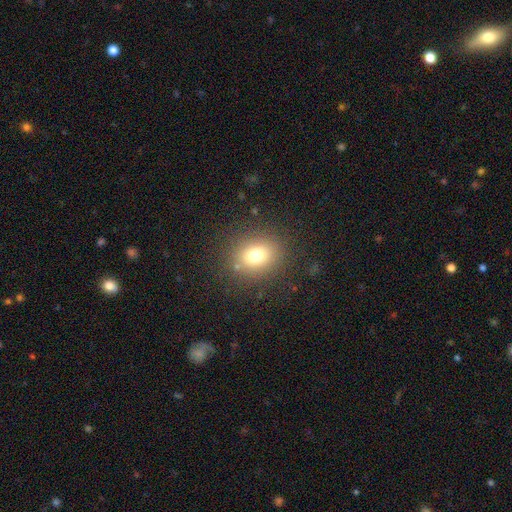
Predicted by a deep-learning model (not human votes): Smooth or featured: smooth — 74% (star or artifact — 15%)
How rounded: round — 61% (in between — 38%)
Merging: none — 84% (minor disturbance — 9%)